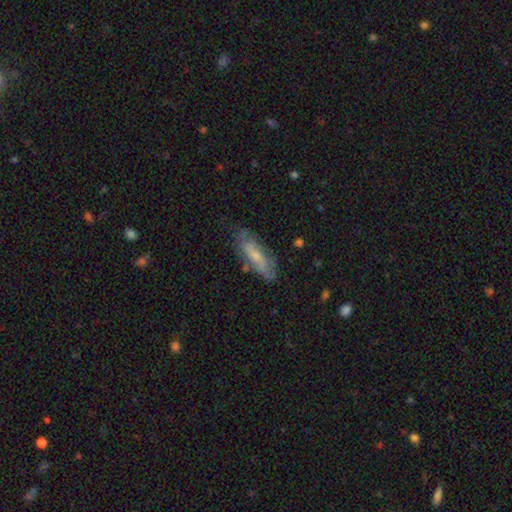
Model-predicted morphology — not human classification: Smooth or featured? Predicted: smooth (p=0.49). Merging? Predicted: none (p=0.70).